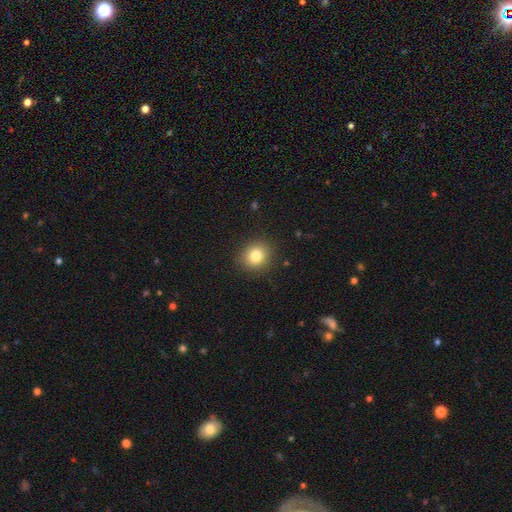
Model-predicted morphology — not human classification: type=smooth (81%); roundness=round (77%); merging=none (89%).